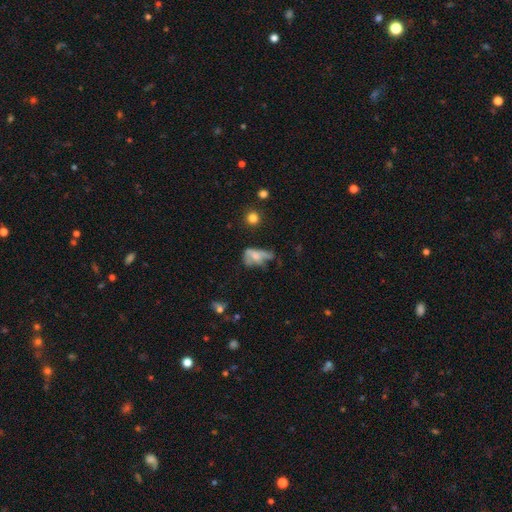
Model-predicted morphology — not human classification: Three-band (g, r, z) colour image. It shows a smooth galaxy with no disk features (49%). Merging: major disturbance (40%).